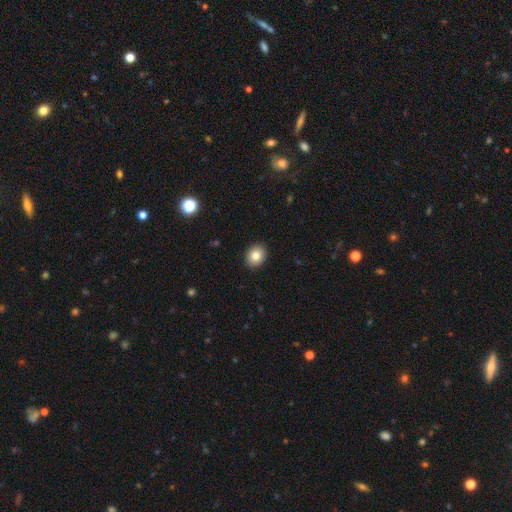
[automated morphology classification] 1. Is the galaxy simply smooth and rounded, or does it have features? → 82% smooth, 9% star or artifact, 9% featured or disk.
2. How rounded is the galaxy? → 54% round, 45% in between, 1% cigar-shaped.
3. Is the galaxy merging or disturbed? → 91% none, 6% minor disturbance, 2% major disturbance, 1% merger.